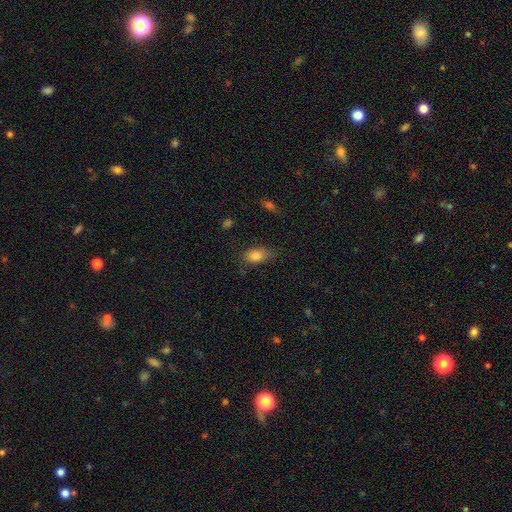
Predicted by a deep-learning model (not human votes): The model was most divided on "merging": none: 66%, minor disturbance: 24%, major disturbance: 7%, merger: 2%. More confident: how rounded — in between (84%); smooth or featured — smooth (81%).